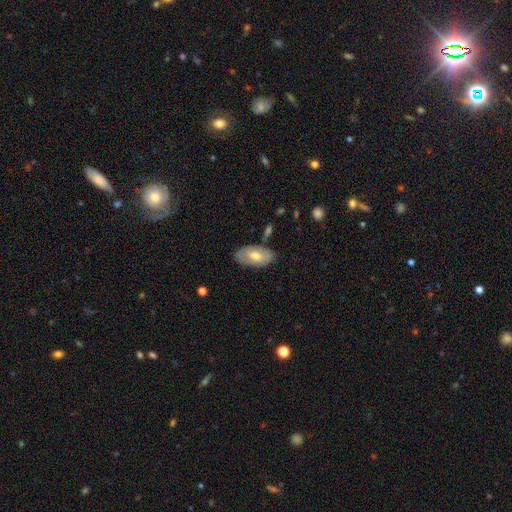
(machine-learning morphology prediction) type=smooth (48%); merging=none (74%).